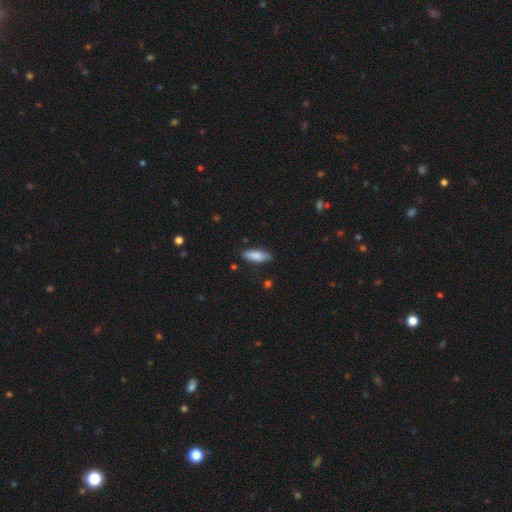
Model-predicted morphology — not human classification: The model was most divided on "how rounded": in between: 61%, cigar-shaped: 38%, round: 2%. More confident: smooth or featured — smooth (85%); merging — none (84%).